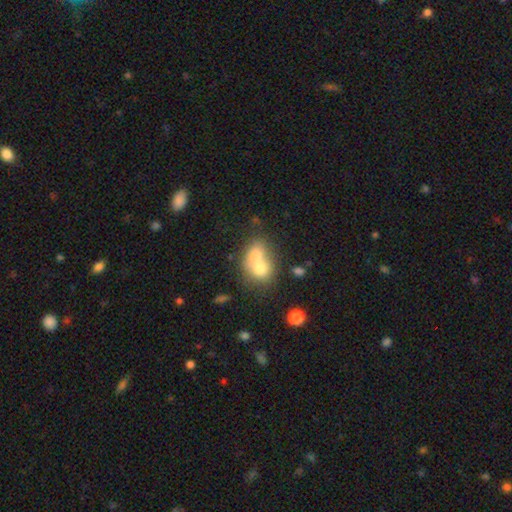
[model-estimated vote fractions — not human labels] The model was most divided on "how rounded": in between: 57%, round: 41%, cigar-shaped: 2%. More confident: smooth or featured — smooth (68%); merging — merger (68%).